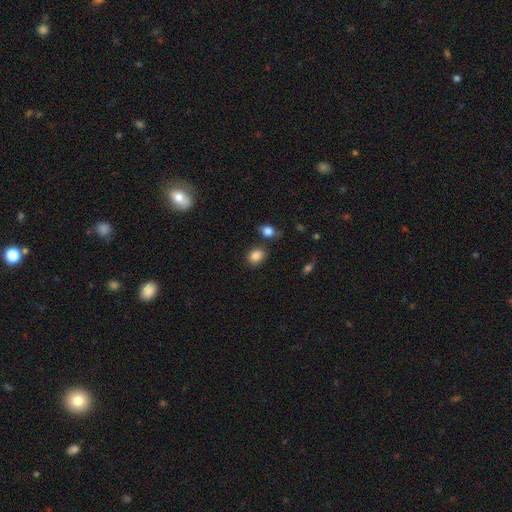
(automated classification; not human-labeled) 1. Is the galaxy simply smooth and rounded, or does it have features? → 86% smooth, 10% star or artifact, 5% featured or disk.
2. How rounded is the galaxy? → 53% round, 46% in between, 1% cigar-shaped.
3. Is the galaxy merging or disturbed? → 78% none, 11% minor disturbance, 8% merger, 3% major disturbance.